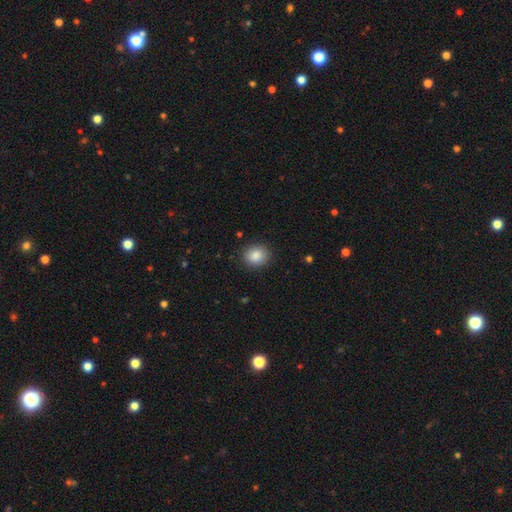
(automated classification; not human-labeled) This is clearly a smooth galaxy (87%). How rounded: likely round (68%). Merging: clearly none (88%).